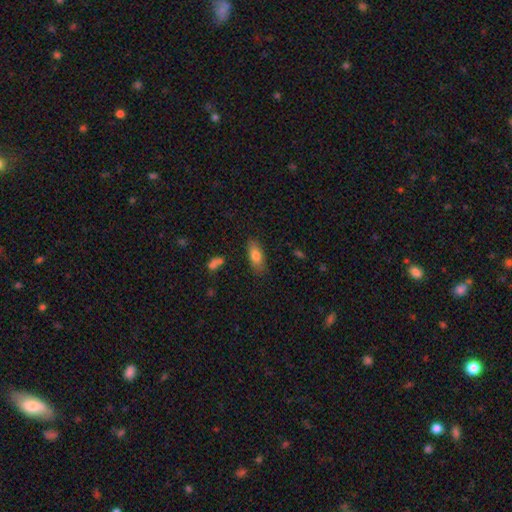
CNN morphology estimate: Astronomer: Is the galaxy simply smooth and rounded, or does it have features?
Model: smooth — 78%.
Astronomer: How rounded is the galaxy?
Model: in between — 79%.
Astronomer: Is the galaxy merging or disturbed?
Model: none — 83%.